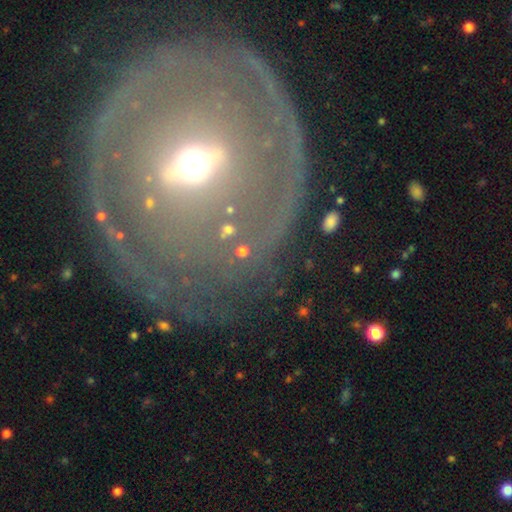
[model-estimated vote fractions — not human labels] Overall: featured or disk (75%). Edge-on disk: no (88%). Bar: strong (37%; weak 36%). Spiral arms: yes (51%; no 49%). Bulge size: moderate (65%). Merging: none (76%).